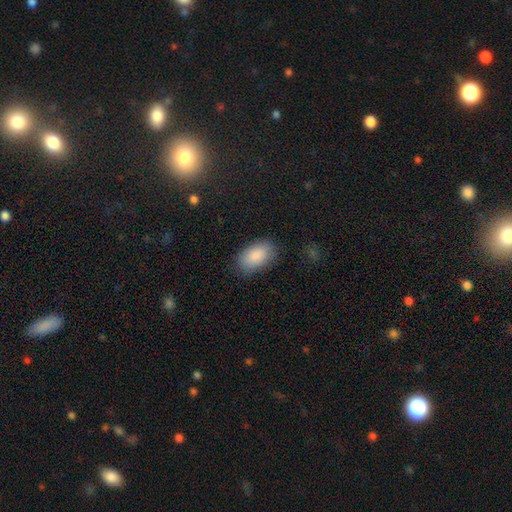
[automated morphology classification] This is clearly a smooth galaxy (89%). How rounded: clearly in between (94%). Merging: clearly none (84%).